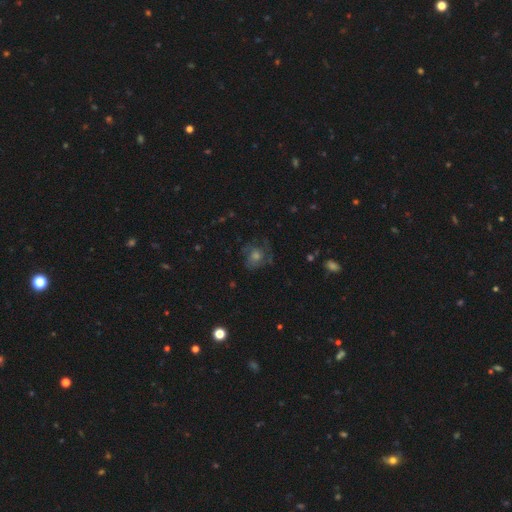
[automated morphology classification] Smooth or featured: featured or disk — 46% (smooth — 32%)
Merging: none — 65% (minor disturbance — 18%)